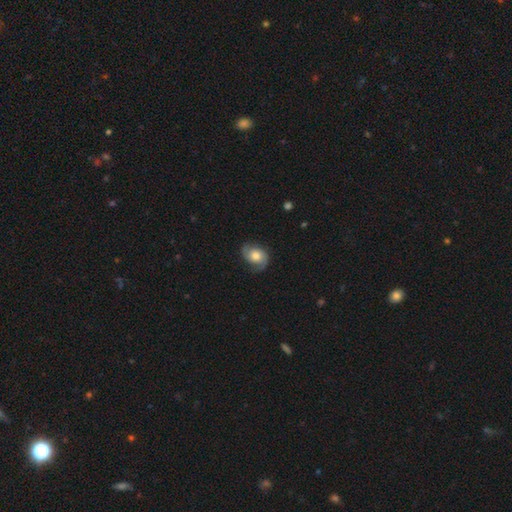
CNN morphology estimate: This appears to be a featured or disk galaxy (69%) with no bar (74%), 2 (87%) medium (46%) spiral arms (93%) and a moderate central bulge (60%). Merging: none (73%).